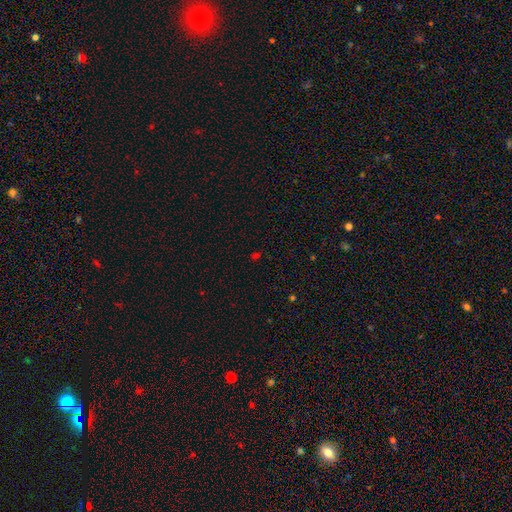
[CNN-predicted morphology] star or artifact 56%, smooth 38%, featured or disk 6%.